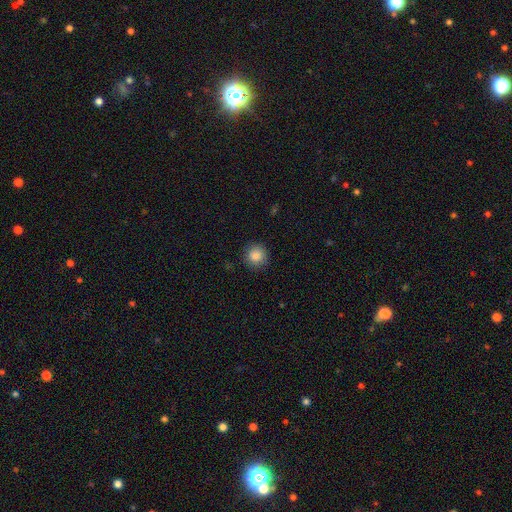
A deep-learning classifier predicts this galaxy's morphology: This appears to be a smooth galaxy with no disk features (86%) that is round (93%). Merging: none (88%).